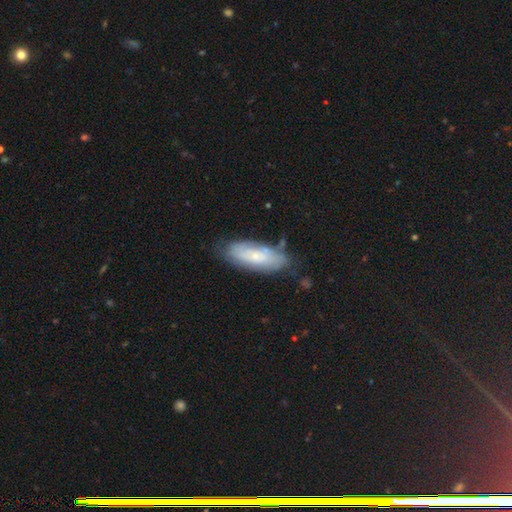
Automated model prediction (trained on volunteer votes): smooth 51%, featured or disk 41%, star or artifact 8%. Down the decision tree: how rounded — in between (71%); merging — none (72%).